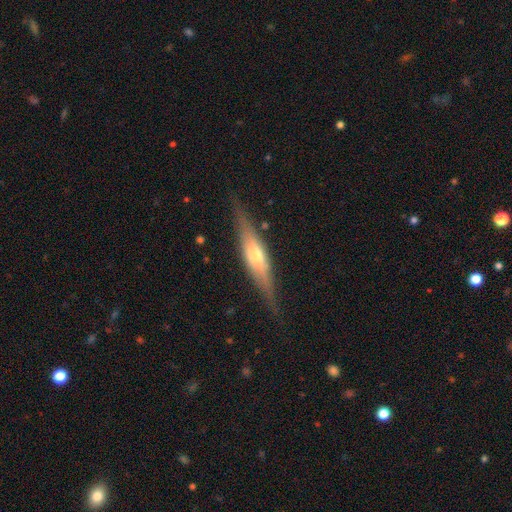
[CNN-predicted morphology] smooth-or-featured: featured or disk: 69% | smooth: 24% | star or artifact: 6%
  disk-edge-on: yes: 93% | no: 7%
    edge-on-bulge: rounded: 82% | boxy: 11% | none: 7%
  merging: none: 83% | minor disturbance: 12% | major disturbance: 3% | merger: 1%